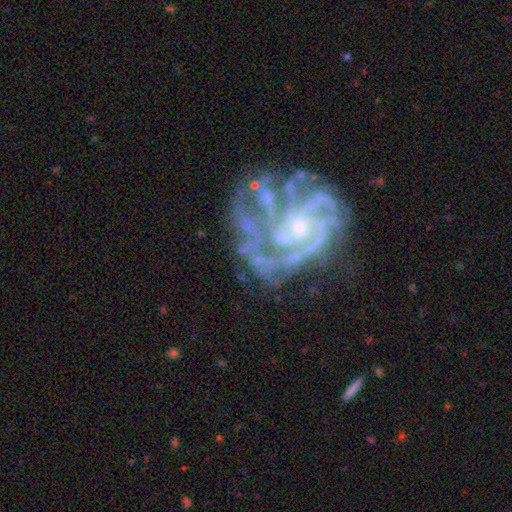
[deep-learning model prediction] The model was most divided on "spiral arm count": 4: 31%, can't tell: 19%, 3: 18%, more than 4: 16%, 2: 9%, 1: 7%. More confident: edge-on disk — no (98%); spiral arms — yes (96%); smooth or featured — featured or disk (88%); bulge size — small (76%); bar — no (73%); spiral winding — tight (58%); merging — none (52%).